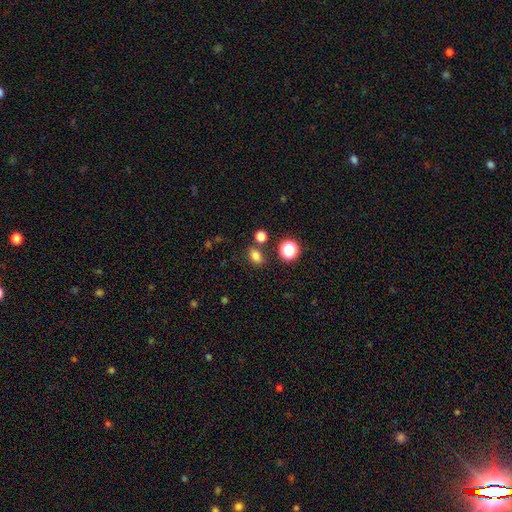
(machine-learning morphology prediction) Q: Smooth or featured?
A: smooth (78%); runner-up: star or artifact (16%)
Q: How rounded?
A: in between (66%); runner-up: round (32%)
Q: Merging?
A: none (76%); runner-up: minor disturbance (11%)